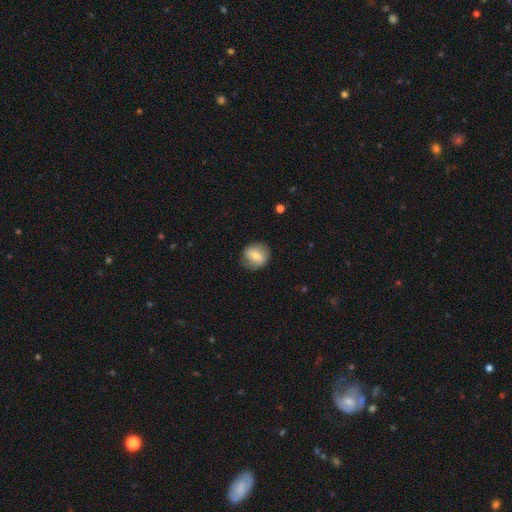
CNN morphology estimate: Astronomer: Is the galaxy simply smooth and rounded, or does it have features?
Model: smooth — 66%.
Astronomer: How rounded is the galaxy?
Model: round — 80%.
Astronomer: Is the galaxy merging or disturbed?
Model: none — 81%.